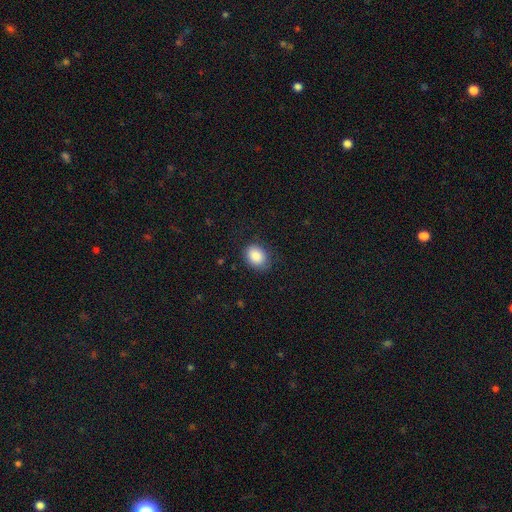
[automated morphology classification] Smooth or featured? smooth (87%)
How rounded? in between (64%)
Merging? none (78%)